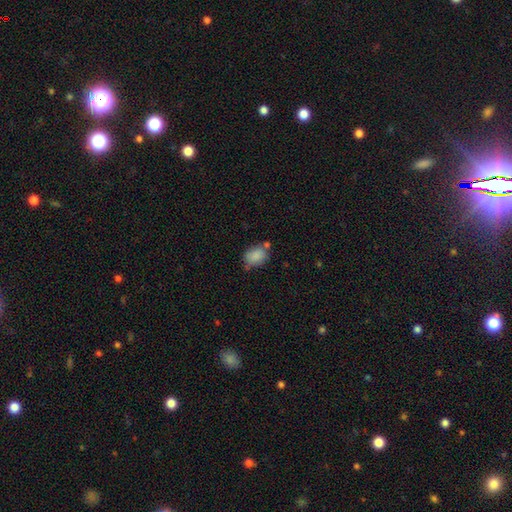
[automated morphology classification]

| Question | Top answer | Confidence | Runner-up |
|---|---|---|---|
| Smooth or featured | smooth | 85% | star or artifact (8%) |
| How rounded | in between | 71% | round (28%) |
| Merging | none | 56% | minor disturbance (24%) |